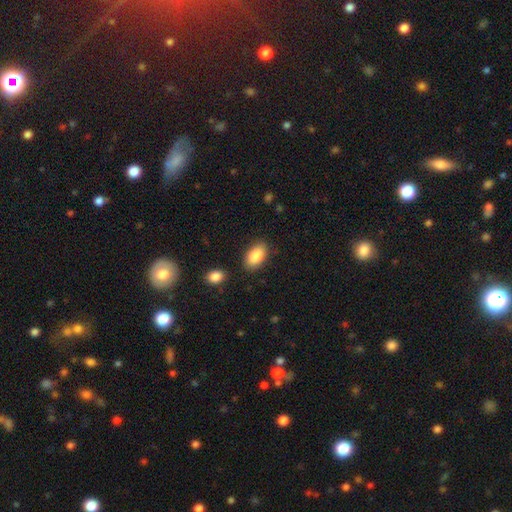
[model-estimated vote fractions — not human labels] Smooth or featured? smooth (87%)
How rounded? in between (93%)
Merging? none (85%)